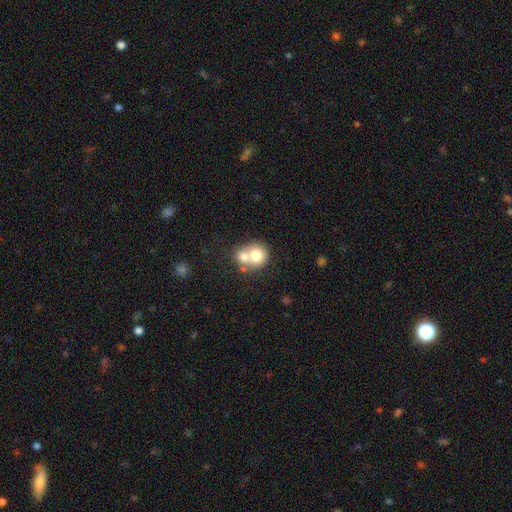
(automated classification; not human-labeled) The model was most divided on "merging": merger: 62%, none: 29%, minor disturbance: 6%, major disturbance: 3%. More confident: how rounded — round (80%); smooth or featured — smooth (71%).